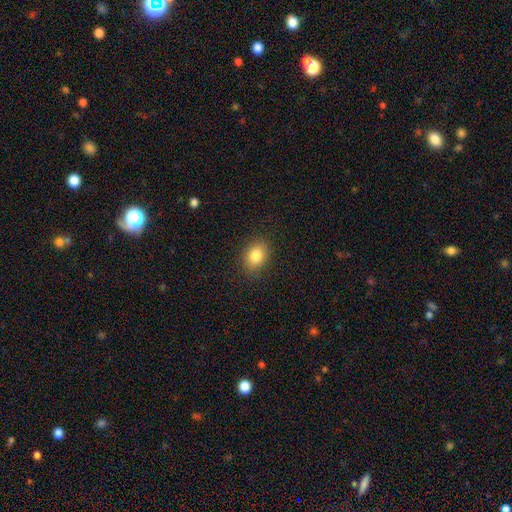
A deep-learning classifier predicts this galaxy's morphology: A smooth galaxy with no disk features (83%) that is in between round and cigar-shaped (63%). Merging: none (87%).